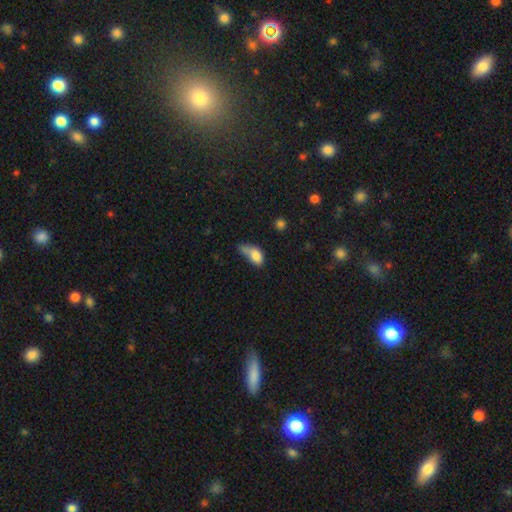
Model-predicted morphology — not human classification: A smooth galaxy with no disk features (78%) that is in between round and cigar-shaped (79%).

Vote fractions:
- Smooth or featured? smooth: 78% / featured or disk: 13% / star or artifact: 9%
- How rounded? in between: 79% / round: 15% / cigar-shaped: 6%
- Merging? merger: 28% / minor disturbance: 27% / major disturbance: 23% / none: 22%